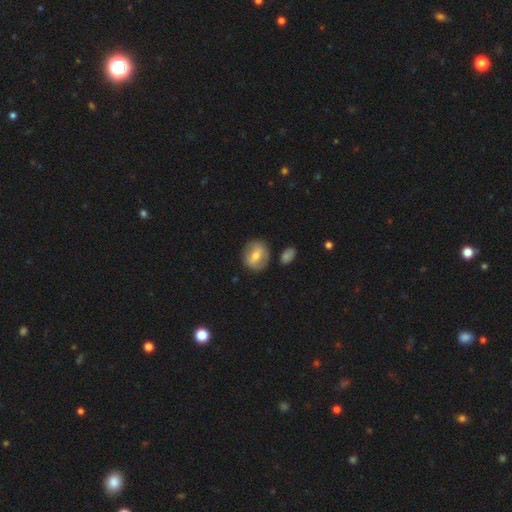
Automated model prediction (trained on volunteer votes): A smooth galaxy with no disk features (58%) that is round (61%).

Vote fractions:
- Smooth or featured? smooth: 58% / featured or disk: 35% / star or artifact: 7%
- How rounded? round: 61% / in between: 37% / cigar-shaped: 2%
- Merging? none: 78% / minor disturbance: 13% / merger: 5% / major disturbance: 4%